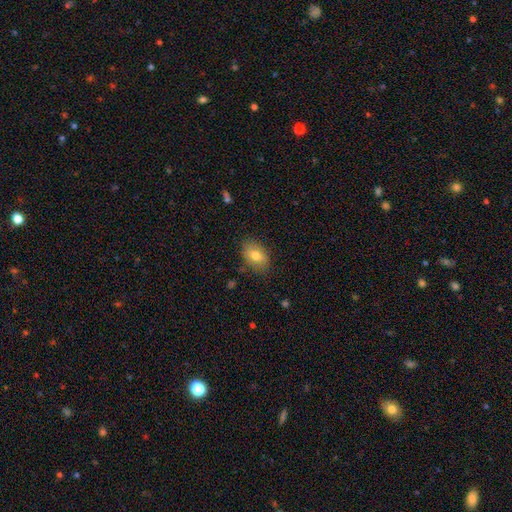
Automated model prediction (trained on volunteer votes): Overall: smooth (76%). How rounded: in between (86%). Merging: none (82%).